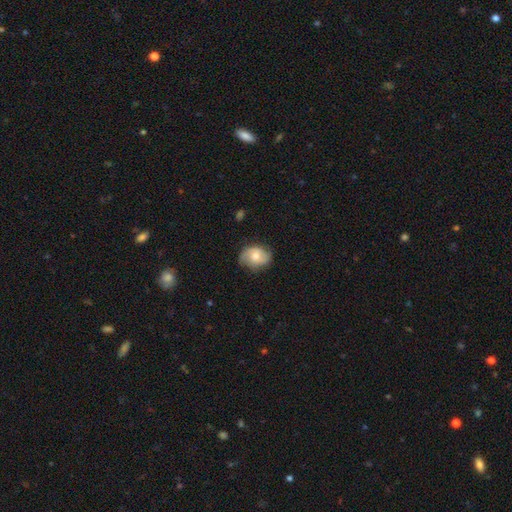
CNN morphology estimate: Smooth or featured? featured or disk (49%)
Merging? none (72%)